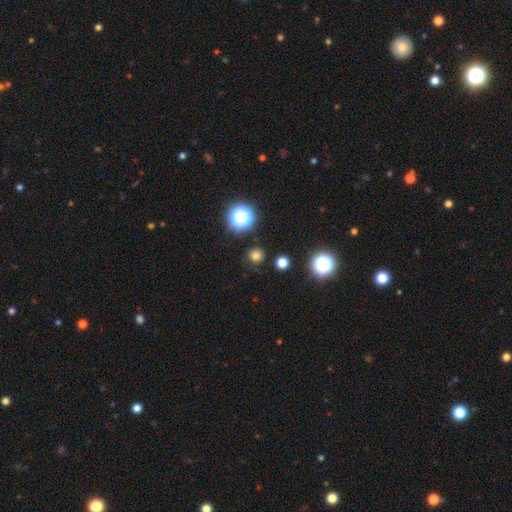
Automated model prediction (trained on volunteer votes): Smooth or featured: smooth — 73% (star or artifact — 22%)
How rounded: round — 93% (in between — 6%)
Merging: none — 89% (minor disturbance — 6%)